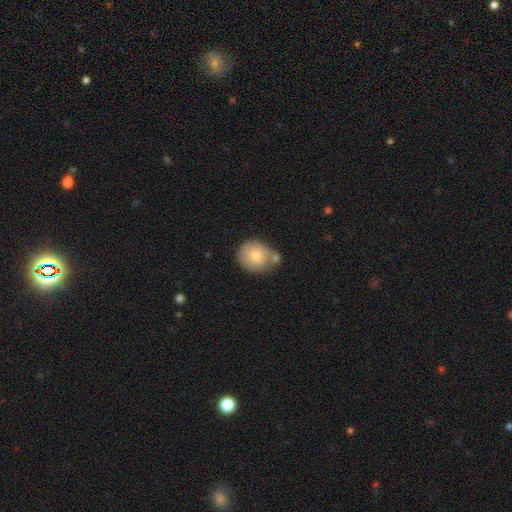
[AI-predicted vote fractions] Smooth or featured?
  - smooth: 76% *
  - featured or disk: 17%
  - star or artifact: 7%
How rounded?
  - round: 81% *
  - in between: 18%
  - cigar-shaped: 1%
Merging?
  - none: 51% *
  - merger: 26%
  - minor disturbance: 19%
  - major disturbance: 5%